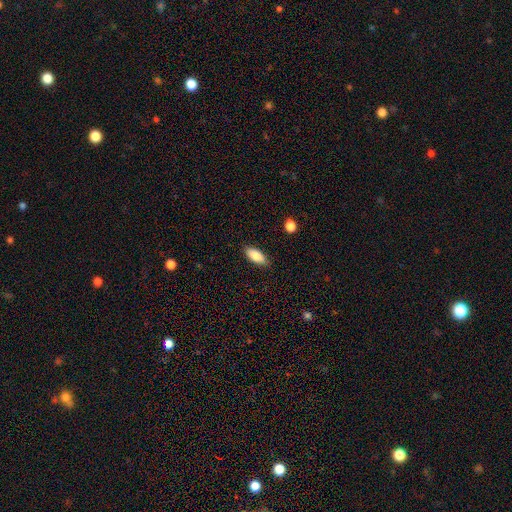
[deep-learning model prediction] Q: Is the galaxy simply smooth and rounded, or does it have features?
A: smooth — 83%.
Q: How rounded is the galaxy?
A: in between — 86%.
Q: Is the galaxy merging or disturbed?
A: none — 86%.